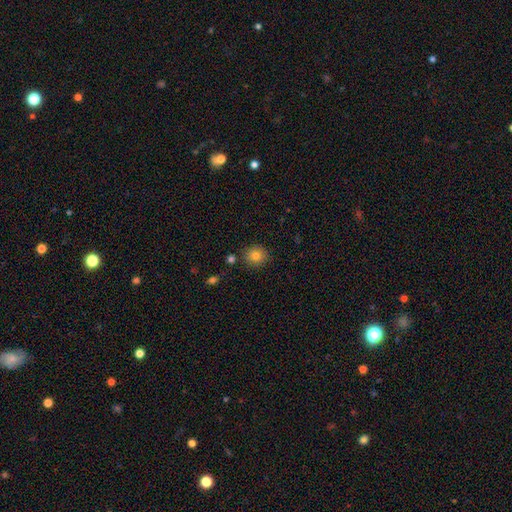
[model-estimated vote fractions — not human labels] A smooth galaxy with no disk features (81%) that is round (86%). Merging: none (86%).